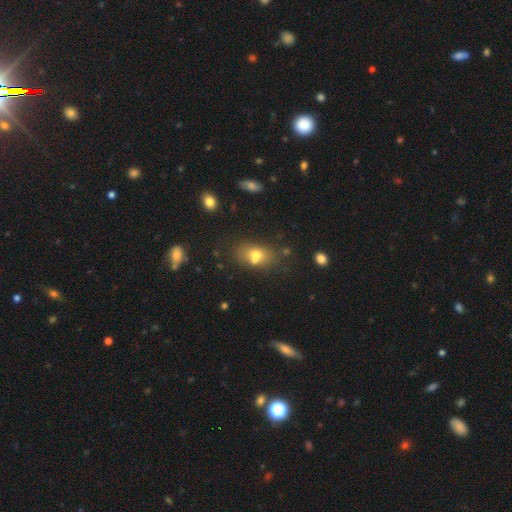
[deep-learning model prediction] Overall: smooth (68%). How rounded: in between (75%). Merging: none (49%; merger 28%).